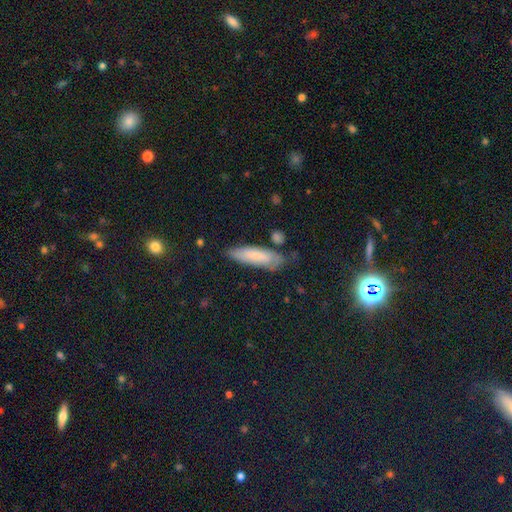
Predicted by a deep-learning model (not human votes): Q: Smooth or featured?
A: smooth (69%); runner-up: featured or disk (18%)
Q: How rounded?
A: cigar-shaped (54%); runner-up: in between (43%)
Q: Merging?
A: none (72%); runner-up: minor disturbance (20%)